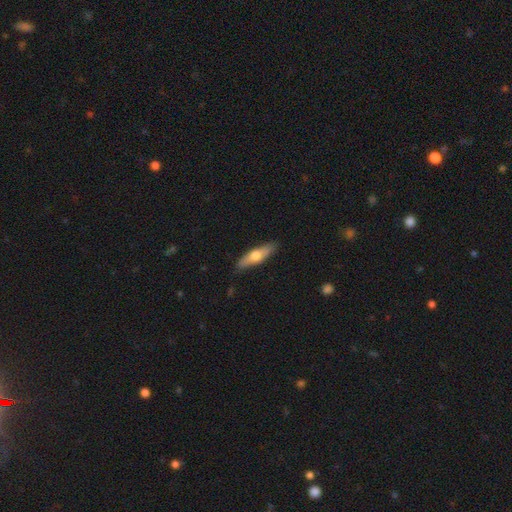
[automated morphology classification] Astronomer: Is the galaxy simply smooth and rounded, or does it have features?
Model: smooth — 52% (runner-up: featured or disk, 43%).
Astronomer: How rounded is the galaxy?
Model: cigar-shaped — 65%.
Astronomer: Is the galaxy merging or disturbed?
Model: none — 87%.